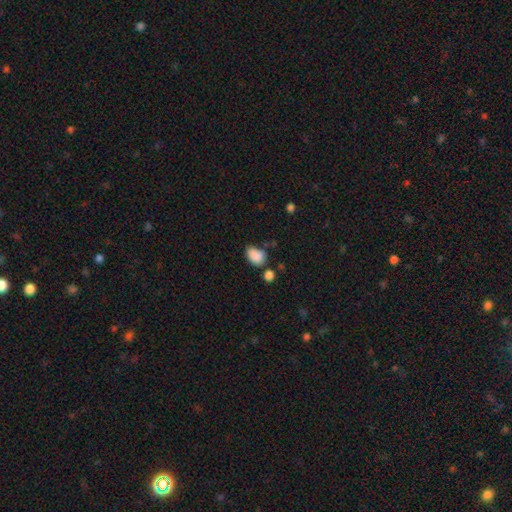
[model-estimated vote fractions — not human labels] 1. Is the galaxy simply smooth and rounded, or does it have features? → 87% smooth, 9% star or artifact, 4% featured or disk.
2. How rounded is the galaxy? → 82% in between, 17% round, 1% cigar-shaped.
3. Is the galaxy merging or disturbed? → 57% none, 24% minor disturbance, 11% merger, 7% major disturbance.